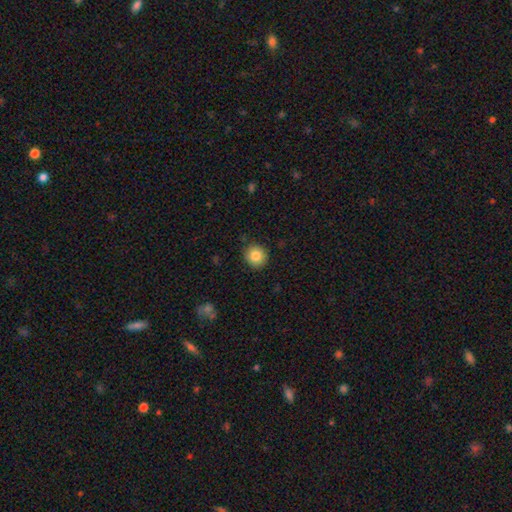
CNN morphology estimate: Smooth or featured?
  - smooth: 84% *
  - star or artifact: 9%
  - featured or disk: 7%
How rounded?
  - round: 92% *
  - in between: 7%
  - cigar-shaped: 1%
Merging?
  - none: 88% *
  - minor disturbance: 9%
  - major disturbance: 2%
  - merger: 1%